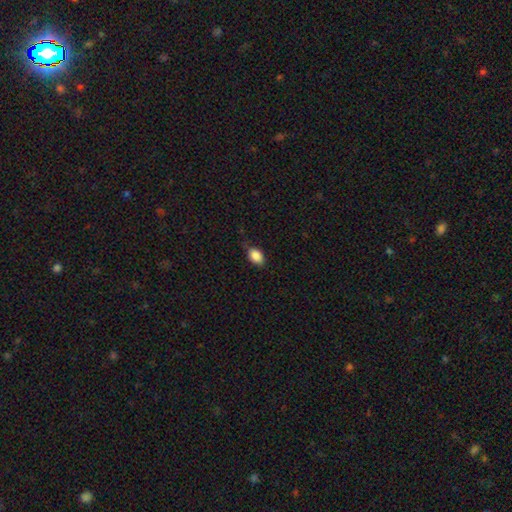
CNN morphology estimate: smooth 87%, star or artifact 8%, featured or disk 5%. Down the decision tree: how rounded — in between (83%); merging — none (72%).